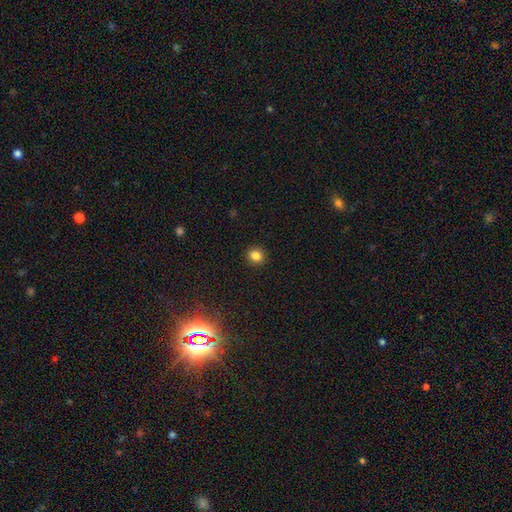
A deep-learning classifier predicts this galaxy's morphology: Smooth or featured?
  - smooth: 84% *
  - star or artifact: 12%
  - featured or disk: 5%
How rounded?
  - round: 82% *
  - in between: 17%
  - cigar-shaped: 1%
Merging?
  - none: 92% *
  - minor disturbance: 5%
  - major disturbance: 2%
  - merger: 1%